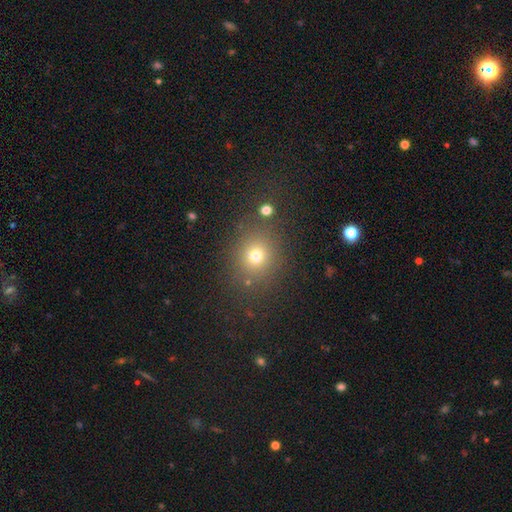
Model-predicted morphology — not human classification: smooth-or-featured: smooth: 72% | star or artifact: 19% | featured or disk: 9%
  how-rounded: round: 78% | in between: 21% | cigar-shaped: 1%
  merging: none: 80% | minor disturbance: 10% | major disturbance: 5% | merger: 5%